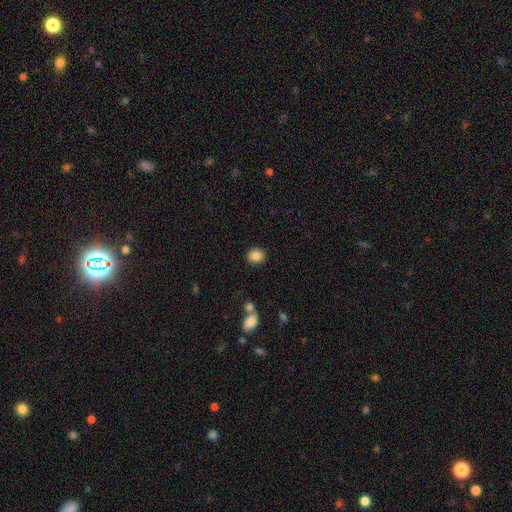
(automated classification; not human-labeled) This appears to be a smooth galaxy with no disk features (86%) that is round (75%). Merging: none (88%).